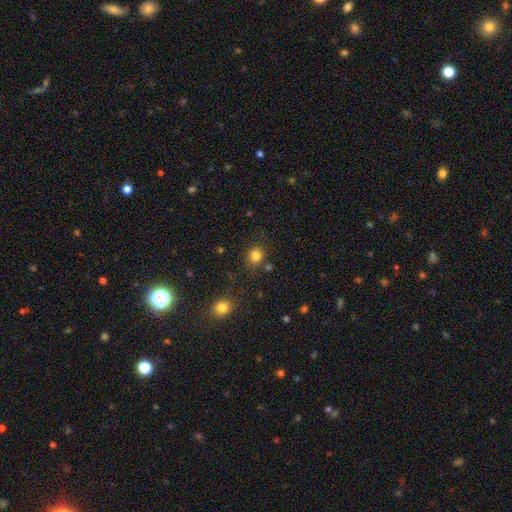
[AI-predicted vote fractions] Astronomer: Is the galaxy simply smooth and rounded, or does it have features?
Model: smooth — 82%.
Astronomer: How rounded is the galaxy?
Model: round — 83%.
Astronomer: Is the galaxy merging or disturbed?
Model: none — 82%.